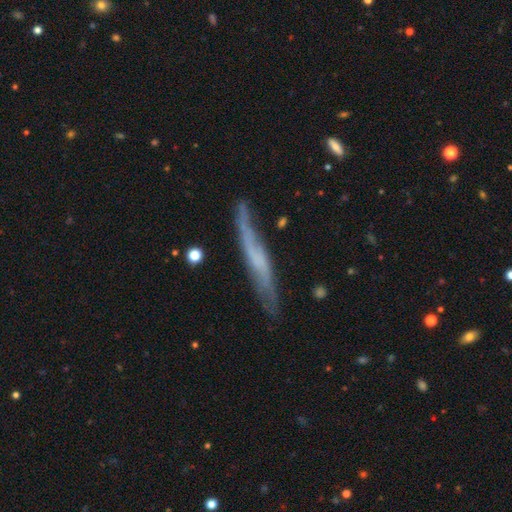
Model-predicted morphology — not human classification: This is likely a featured or disk galaxy (64%). It is likely viewed edge-on (73%). Merging: likely none (68%).